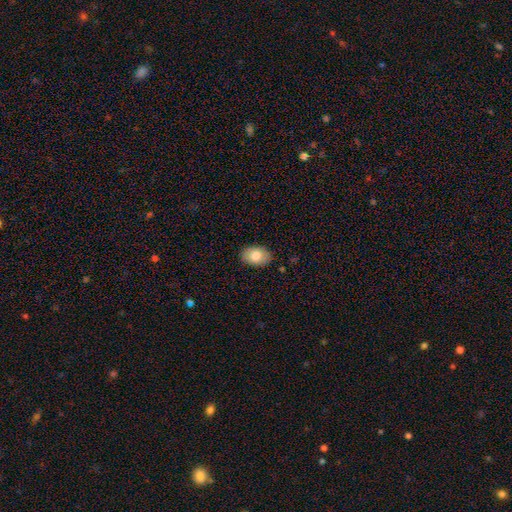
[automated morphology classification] smooth-or-featured: smooth: 82% | featured or disk: 12% | star or artifact: 7%
  how-rounded: in between: 84% | round: 15% | cigar-shaped: 1%
  merging: none: 88% | minor disturbance: 9% | major disturbance: 2% | merger: 1%